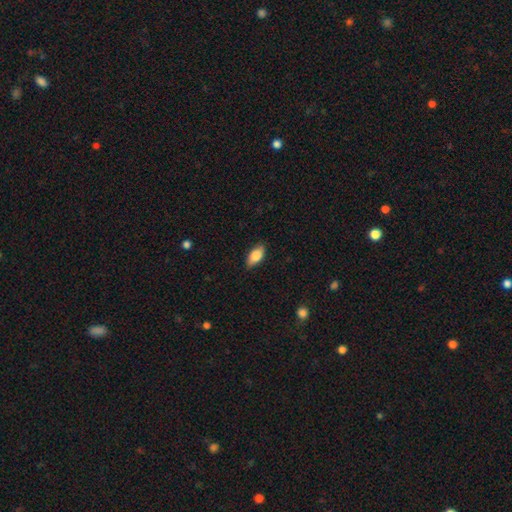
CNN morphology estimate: type=smooth (81%); roundness=in between (89%); merging=none (85%).